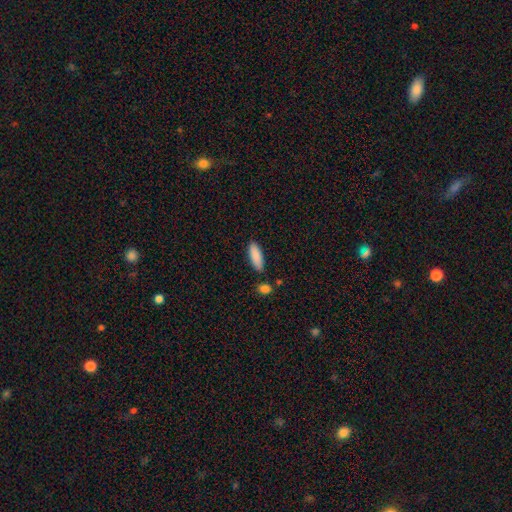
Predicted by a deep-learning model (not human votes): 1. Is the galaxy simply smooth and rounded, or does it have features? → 89% smooth, 6% featured or disk, 6% star or artifact.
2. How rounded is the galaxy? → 59% in between, 39% cigar-shaped, 2% round.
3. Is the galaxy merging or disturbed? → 82% none, 11% minor disturbance, 5% merger, 2% major disturbance.